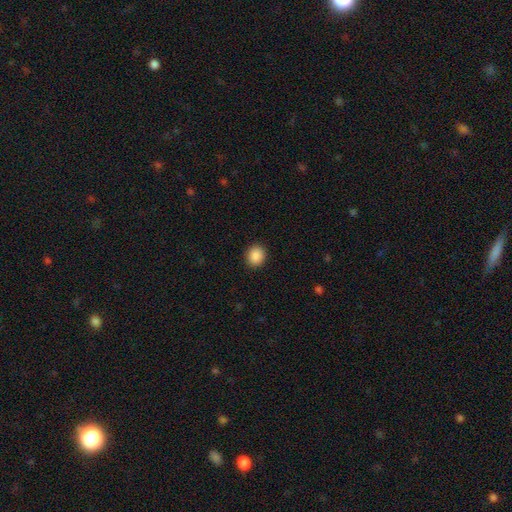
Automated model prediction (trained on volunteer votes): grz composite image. It shows a smooth galaxy with no disk features (89%) that is round (79%). Merging: none (91%).